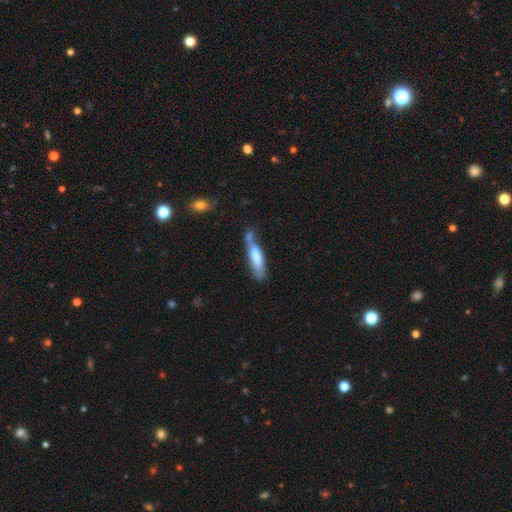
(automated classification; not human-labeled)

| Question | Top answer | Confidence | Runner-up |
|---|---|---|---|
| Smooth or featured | smooth | 64% | featured or disk (30%) |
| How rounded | cigar-shaped | 76% | in between (22%) |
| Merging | none | 46% | minor disturbance (28%) |